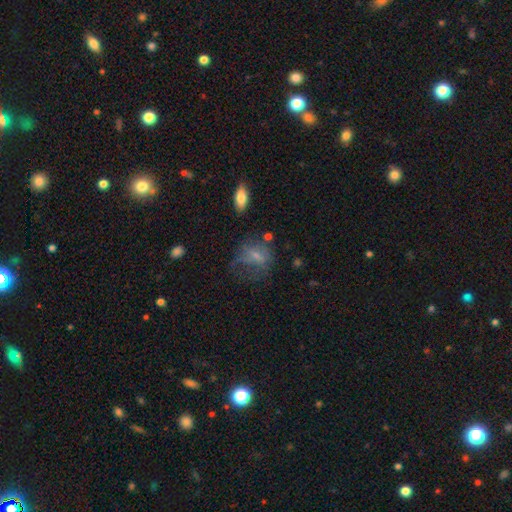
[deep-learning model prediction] Q: Smooth or featured?
A: smooth (55%); runner-up: featured or disk (32%)
Q: How rounded?
A: in between (59%); runner-up: round (38%)
Q: Merging?
A: major disturbance (41%); runner-up: none (33%)